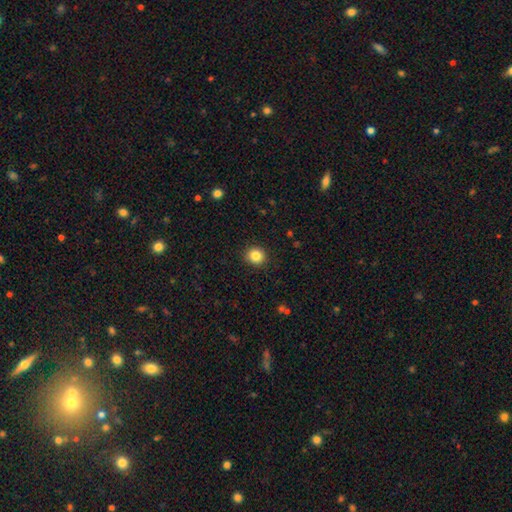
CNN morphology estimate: A smooth galaxy with no disk features (84%) that is round (90%).

Vote fractions:
- Smooth or featured? smooth: 84% / star or artifact: 11% / featured or disk: 5%
- How rounded? round: 90% / in between: 9% / cigar-shaped: 1%
- Merging? none: 91% / minor disturbance: 6% / major disturbance: 2% / merger: 1%